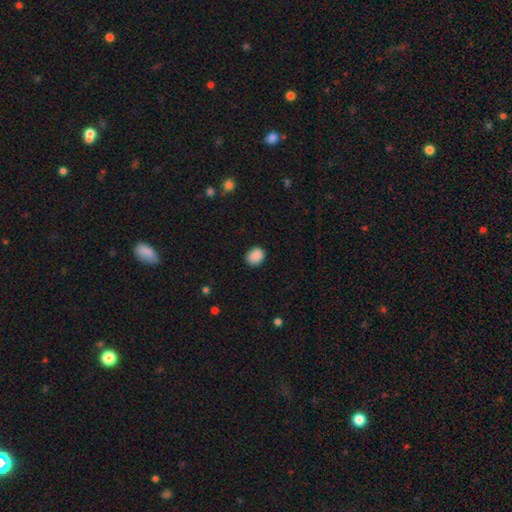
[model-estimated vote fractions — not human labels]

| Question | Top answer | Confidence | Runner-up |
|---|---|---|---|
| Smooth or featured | smooth | 89% | star or artifact (8%) |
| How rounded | round | 58% | in between (41%) |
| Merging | none | 87% | minor disturbance (10%) |